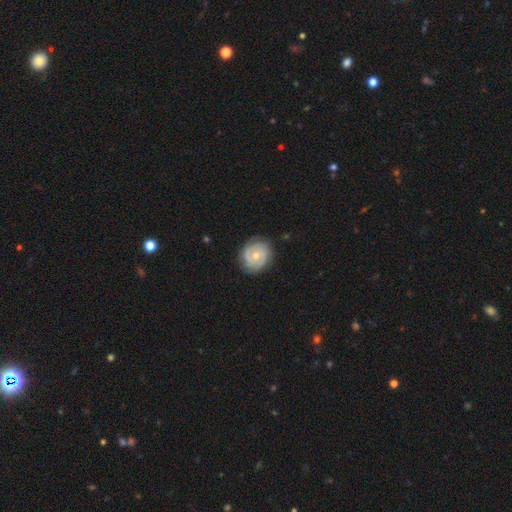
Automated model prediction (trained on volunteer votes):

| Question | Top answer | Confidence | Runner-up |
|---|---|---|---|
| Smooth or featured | featured or disk | 76% | smooth (19%) |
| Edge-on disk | no | 98% | yes (2%) |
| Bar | no | 68% | weak (27%) |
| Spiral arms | yes | 90% | no (10%) |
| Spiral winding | tight | 66% | medium (27%) |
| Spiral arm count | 2 | 54% | can't tell (21%) |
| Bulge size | moderate | 60% | small (36%) |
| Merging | none | 80% | minor disturbance (15%) |